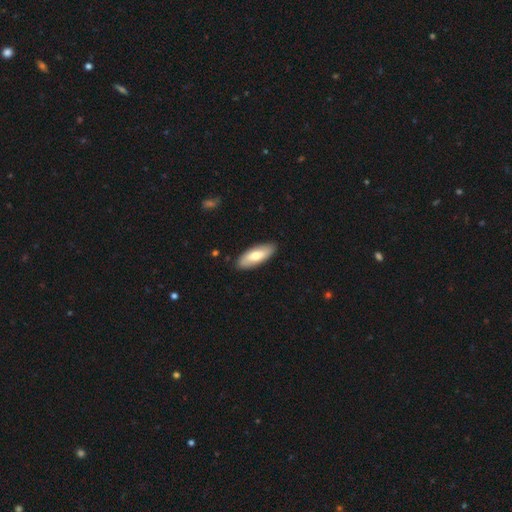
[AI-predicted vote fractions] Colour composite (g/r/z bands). It shows a smooth galaxy with no disk features (69%) that is in between round and cigar-shaped (76%). Merging: none (88%).